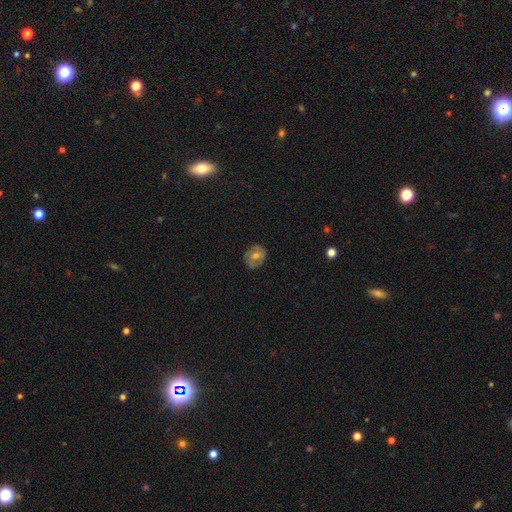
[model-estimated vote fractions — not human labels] smooth-or-featured: smooth: 47% | featured or disk: 44% | star or artifact: 10%
  merging: none: 82% | minor disturbance: 14% | major disturbance: 3% | merger: 1%